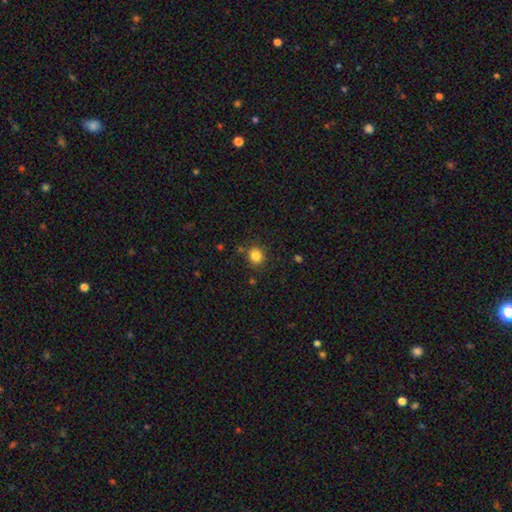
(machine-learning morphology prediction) This appears to be a smooth galaxy with no disk features (83%) that is round (86%). Merging: none (85%).